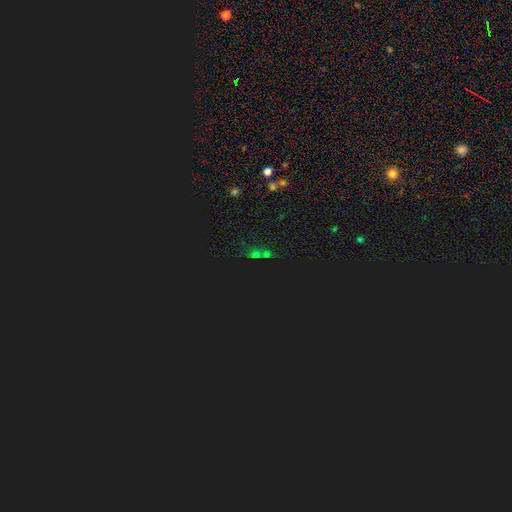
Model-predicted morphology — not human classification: Smooth or featured?
  - star or artifact: 59% *
  - smooth: 30%
  - featured or disk: 11%